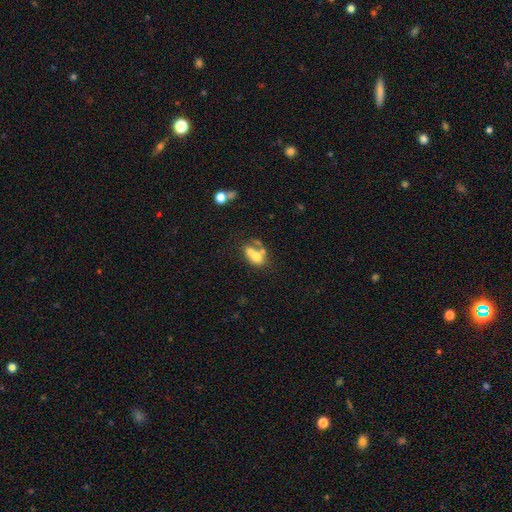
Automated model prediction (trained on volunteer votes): smooth-or-featured: smooth: 57% | featured or disk: 31% | star or artifact: 12%
  how-rounded: in between: 62% | round: 36% | cigar-shaped: 2%
  merging: merger: 56% | none: 24% | minor disturbance: 10% | major disturbance: 9%